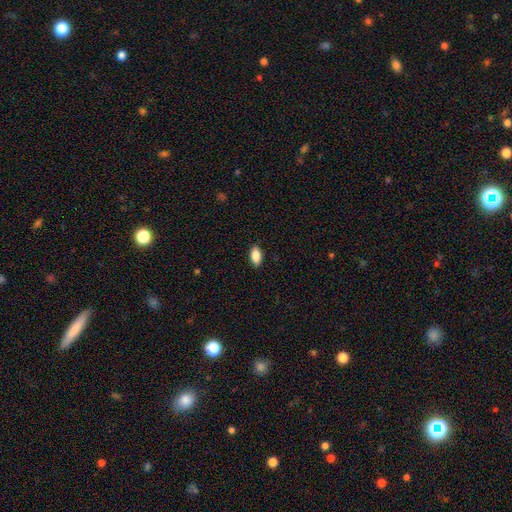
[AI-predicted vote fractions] Smooth or featured?
  - smooth: 87% *
  - star or artifact: 7%
  - featured or disk: 6%
How rounded?
  - in between: 92% *
  - cigar-shaped: 5%
  - round: 3%
Merging?
  - none: 89% *
  - minor disturbance: 8%
  - major disturbance: 2%
  - merger: 1%